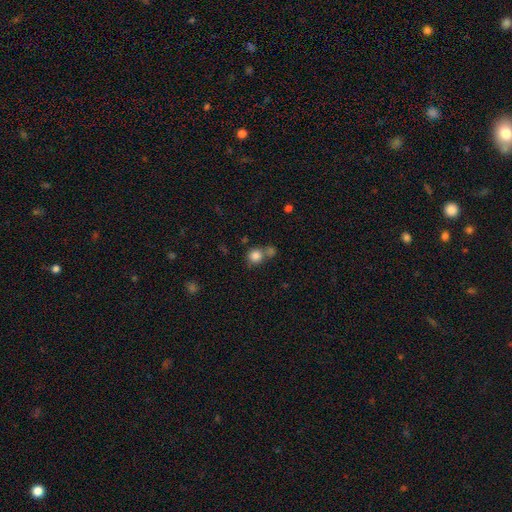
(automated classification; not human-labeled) Smooth or featured?
  - smooth: 83% *
  - star or artifact: 11%
  - featured or disk: 6%
How rounded?
  - round: 90% *
  - in between: 9%
  - cigar-shaped: 1%
Merging?
  - none: 54% *
  - merger: 32%
  - minor disturbance: 10%
  - major disturbance: 4%